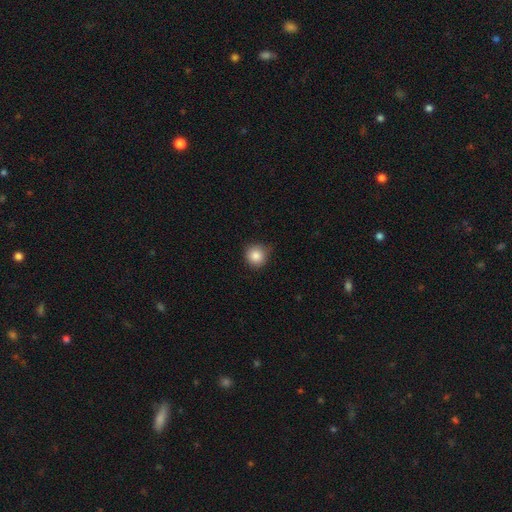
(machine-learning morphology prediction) smooth_or_featured: smooth (p=0.86) [alt: star or artifact p=0.09]
how_rounded: round (p=0.93) [alt: in between p=0.06]
merging: none (p=0.79) [alt: minor disturbance p=0.17]